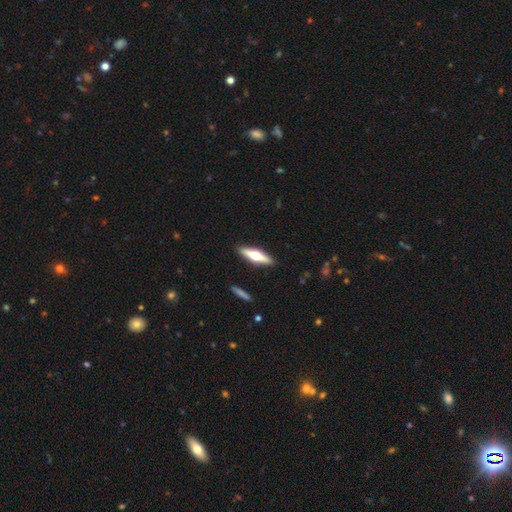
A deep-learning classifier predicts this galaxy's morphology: Q: Smooth or featured?
A: featured or disk (56%); runner-up: smooth (39%)
Q: Edge-on disk?
A: yes (94%); runner-up: no (6%)
Q: Edge-on bulge?
A: rounded (94%); runner-up: boxy (3%)
Q: Merging?
A: none (90%); runner-up: minor disturbance (7%)